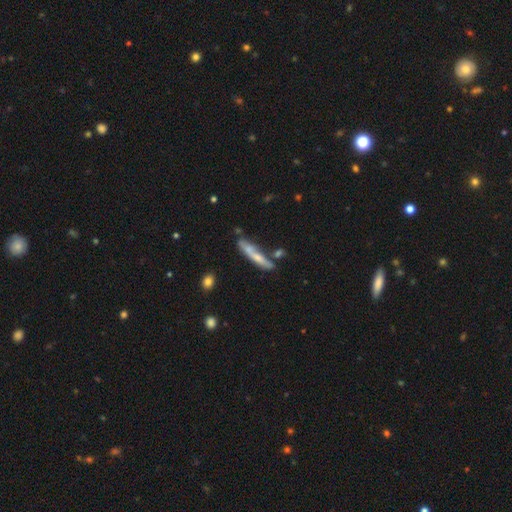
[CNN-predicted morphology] type=smooth (48%); merging=none (56%).